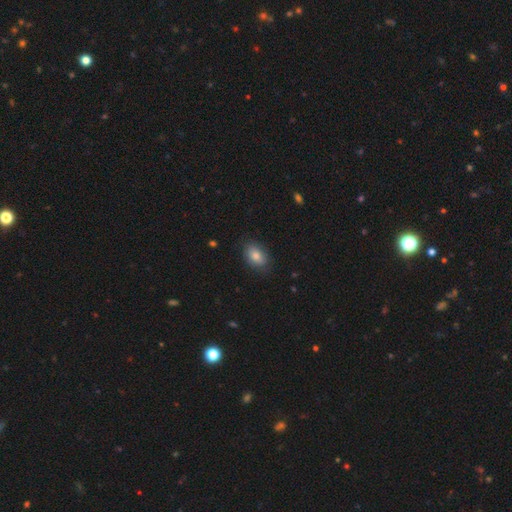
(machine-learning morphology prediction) Overall: smooth (82%). How rounded: in between (84%). Merging: none (83%).